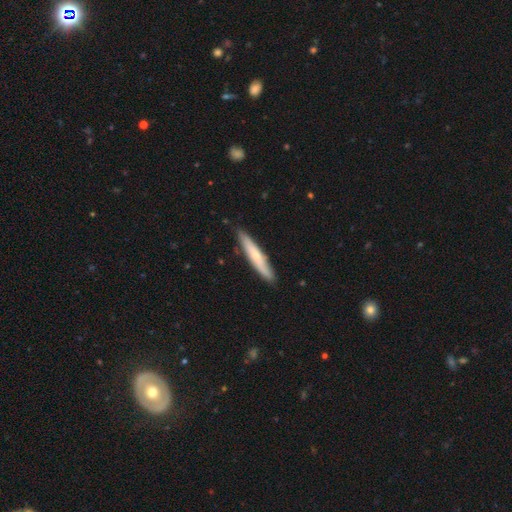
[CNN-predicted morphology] Q: Smooth or featured?
A: smooth (53%); runner-up: featured or disk (41%)
Q: How rounded?
A: cigar-shaped (92%); runner-up: in between (7%)
Q: Merging?
A: none (86%); runner-up: minor disturbance (11%)